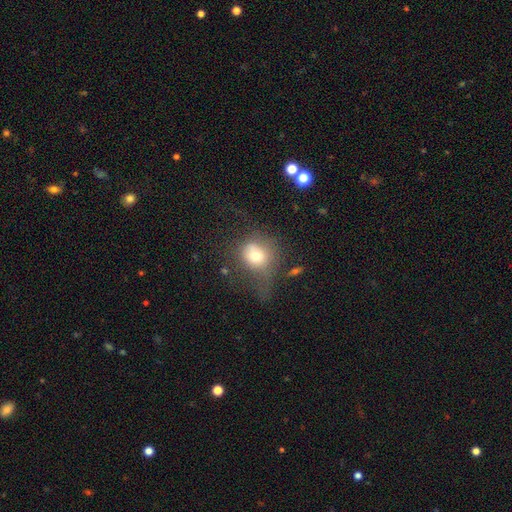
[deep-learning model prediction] This appears to be a smooth galaxy with no disk features (69%) that is round (73%). Merging: none (37%).